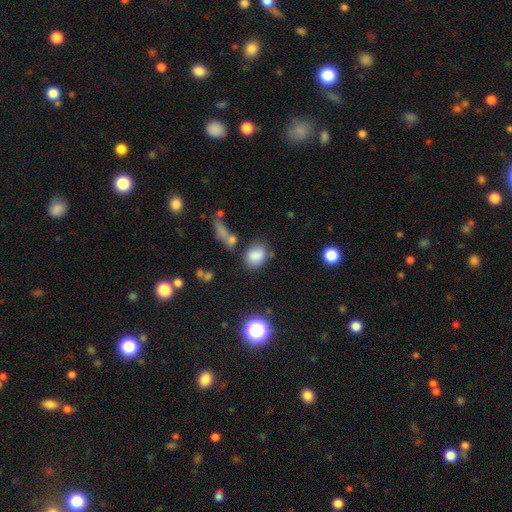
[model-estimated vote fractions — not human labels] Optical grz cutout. It shows a smooth galaxy with no disk features (82%) that is in between round and cigar-shaped (60%). Merging: none (71%).